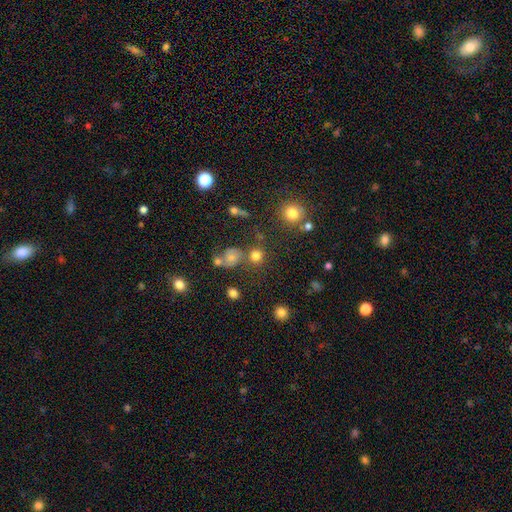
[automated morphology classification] This is likely a smooth galaxy (75%). How rounded: clearly round (88%). Merging: likely none (67%).